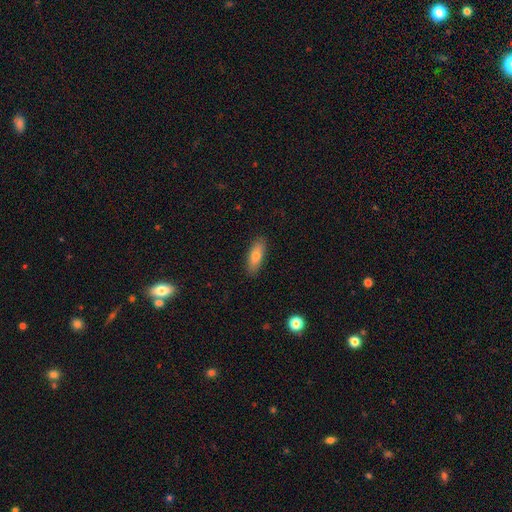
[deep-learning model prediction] The model was most divided on "how rounded": in between: 64%, cigar-shaped: 33%, round: 3%. More confident: merging — none (88%); smooth or featured — smooth (75%).